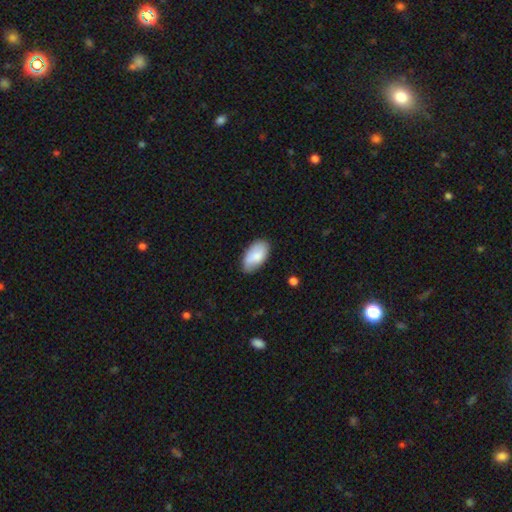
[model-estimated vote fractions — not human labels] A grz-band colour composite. It shows a smooth galaxy with no disk features (81%) that is in between round and cigar-shaped (95%). Merging: none (76%).